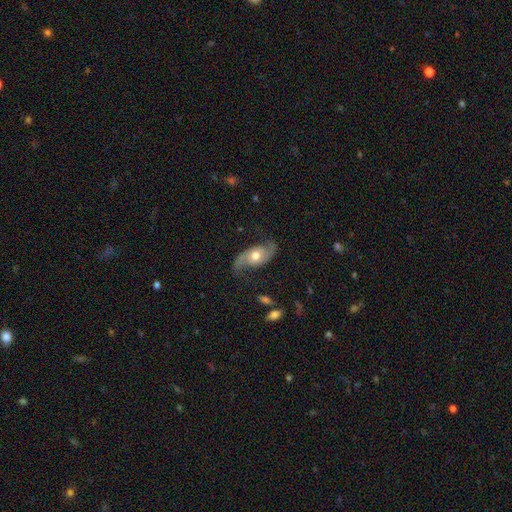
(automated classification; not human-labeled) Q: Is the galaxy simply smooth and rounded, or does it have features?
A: featured or disk — 84%.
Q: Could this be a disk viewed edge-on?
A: no — 95%.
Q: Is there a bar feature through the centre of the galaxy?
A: no — 69%.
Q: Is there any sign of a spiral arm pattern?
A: yes — 95%.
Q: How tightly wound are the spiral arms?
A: loose — 70%.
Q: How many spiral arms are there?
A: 2 — 93%.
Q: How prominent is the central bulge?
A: moderate — 75%.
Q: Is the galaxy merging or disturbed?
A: none — 72%.